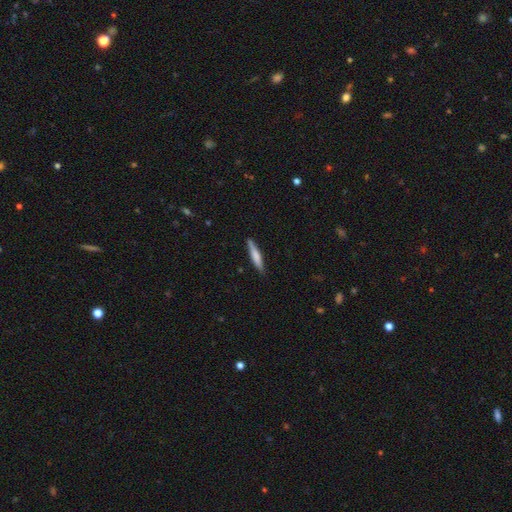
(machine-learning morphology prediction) smooth_or_featured: smooth (p=0.64) [alt: featured or disk p=0.30]
how_rounded: cigar-shaped (p=0.90) [alt: in between p=0.08]
merging: none (p=0.85) [alt: minor disturbance p=0.11]